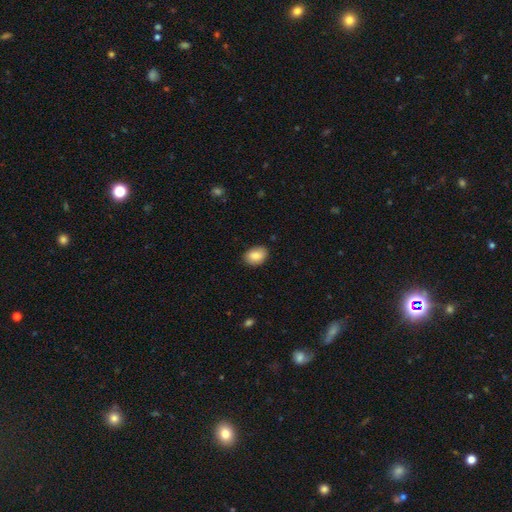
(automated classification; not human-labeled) Smooth or featured: smooth — 86% (star or artifact — 7%)
How rounded: in between — 80% (round — 19%)
Merging: none — 86% (minor disturbance — 11%)